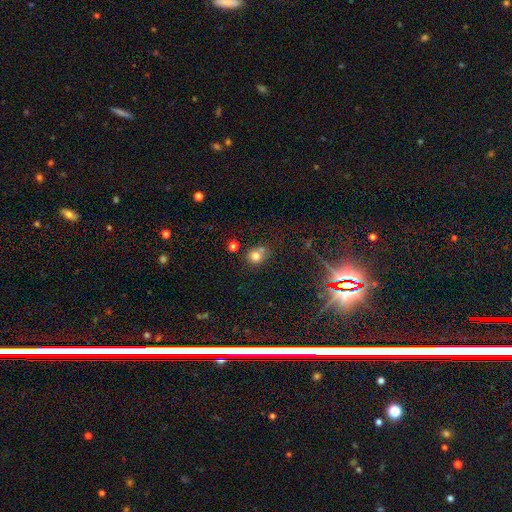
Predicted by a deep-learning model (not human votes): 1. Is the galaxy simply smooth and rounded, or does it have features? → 74% smooth, 15% star or artifact, 11% featured or disk.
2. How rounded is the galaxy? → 78% round, 21% in between, 1% cigar-shaped.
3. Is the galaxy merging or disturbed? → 56% none, 26% merger, 13% minor disturbance, 5% major disturbance.